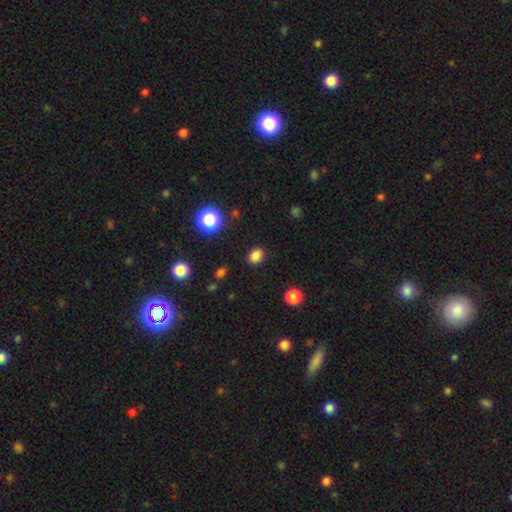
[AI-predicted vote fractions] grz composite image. It shows a smooth galaxy with no disk features (84%) that is in between round and cigar-shaped (56%). Merging: none (87%).